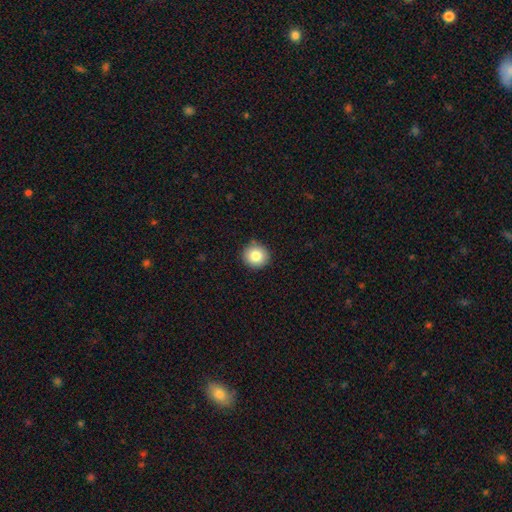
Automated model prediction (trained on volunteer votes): Smooth or featured?
  - smooth: 83% *
  - star or artifact: 10%
  - featured or disk: 8%
How rounded?
  - round: 93% *
  - in between: 6%
  - cigar-shaped: 1%
Merging?
  - none: 88% *
  - minor disturbance: 9%
  - major disturbance: 2%
  - merger: 1%